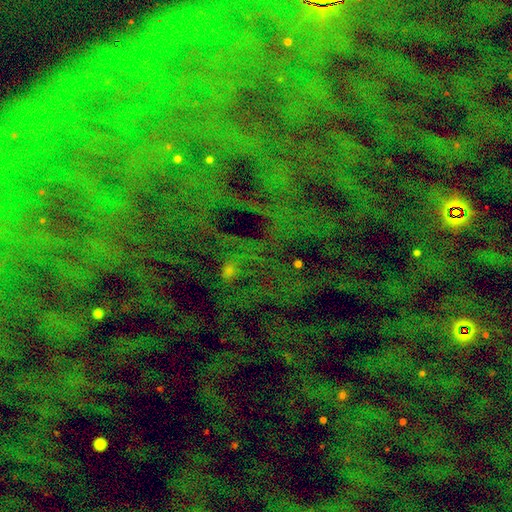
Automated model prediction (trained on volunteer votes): Morphology: type=star or artifact (77%).